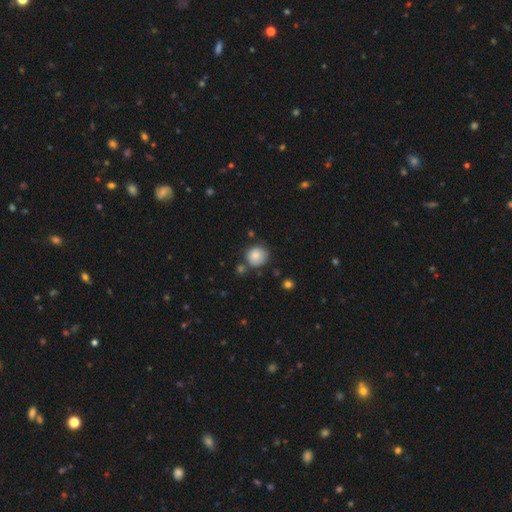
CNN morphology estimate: Smooth or featured? Predicted: smooth (p=0.83). How rounded? Predicted: round (p=0.89). Merging? Predicted: none (p=0.73).